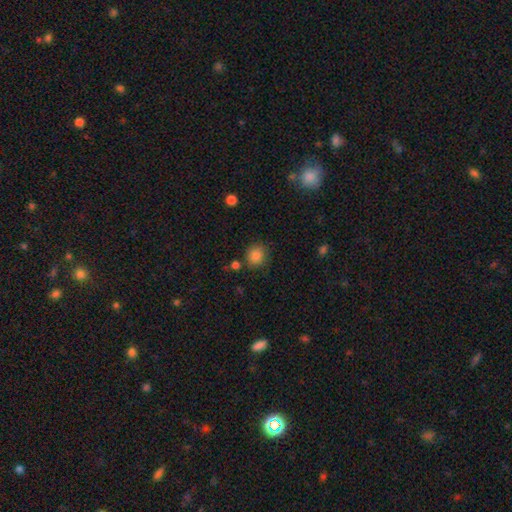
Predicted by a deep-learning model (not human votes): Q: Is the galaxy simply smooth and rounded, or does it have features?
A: smooth — 85%.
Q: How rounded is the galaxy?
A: round — 82%.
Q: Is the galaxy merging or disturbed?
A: none — 81%.